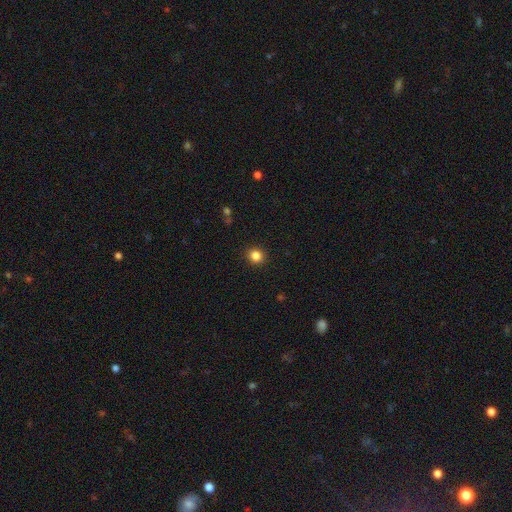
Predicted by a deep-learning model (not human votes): Morphology: type=smooth (84%); roundness=round (84%); merging=none (91%).